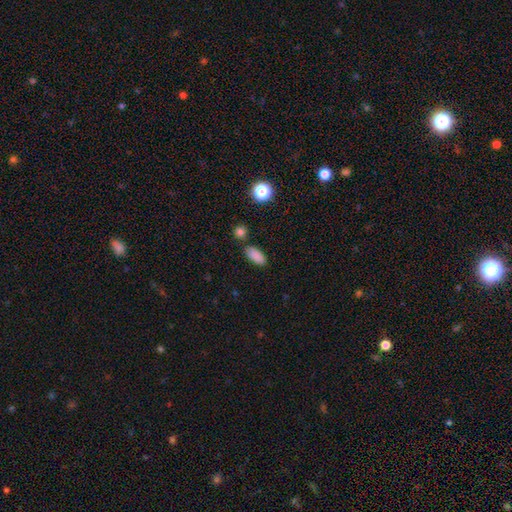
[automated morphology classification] Overall: smooth (84%). How rounded: in between (83%). Merging: none (76%).